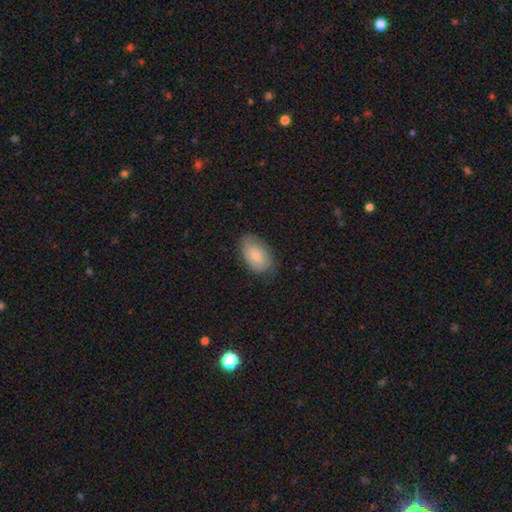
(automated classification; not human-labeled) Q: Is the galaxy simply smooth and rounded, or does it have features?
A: smooth — 79%.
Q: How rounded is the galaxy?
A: in between — 92%.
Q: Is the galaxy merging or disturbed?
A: none — 74%.